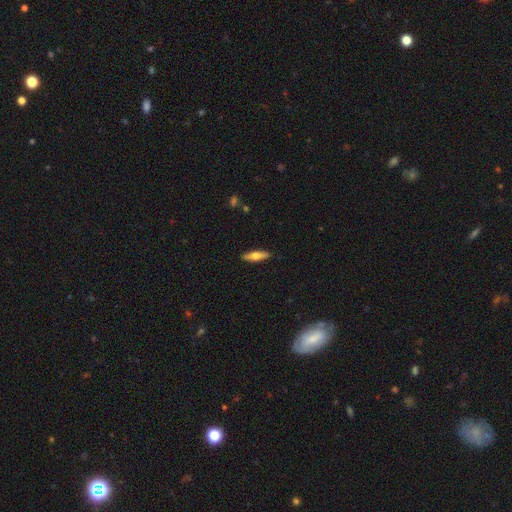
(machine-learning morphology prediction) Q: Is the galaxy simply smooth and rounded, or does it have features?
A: smooth — 54%.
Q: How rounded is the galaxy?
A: cigar-shaped — 62%.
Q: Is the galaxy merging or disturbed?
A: none — 90%.